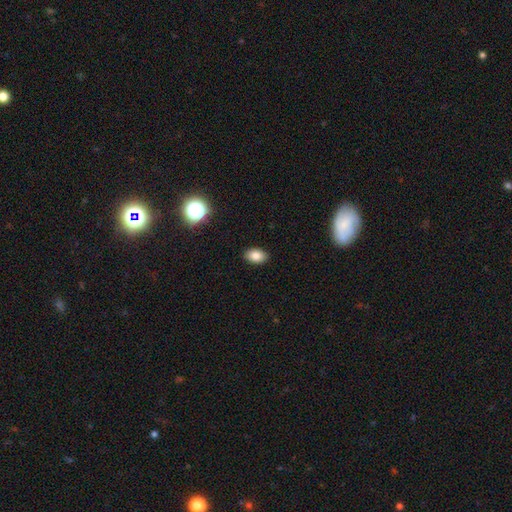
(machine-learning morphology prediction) Smooth or featured?
  - smooth: 84% *
  - star or artifact: 10%
  - featured or disk: 6%
How rounded?
  - in between: 88% *
  - round: 10%
  - cigar-shaped: 1%
Merging?
  - none: 89% *
  - minor disturbance: 8%
  - major disturbance: 2%
  - merger: 1%